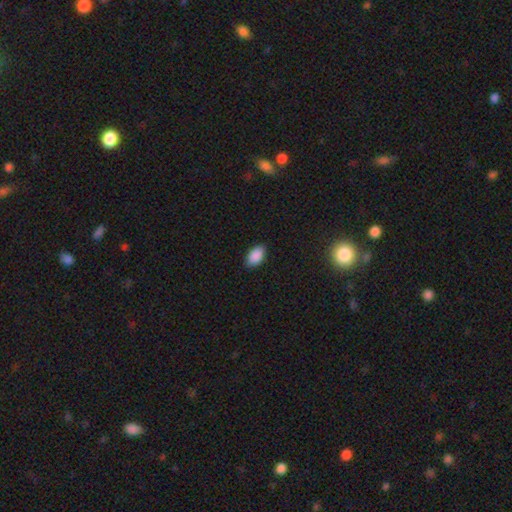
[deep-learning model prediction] The model was most divided on "merging": none: 87%, minor disturbance: 10%, major disturbance: 2%, merger: 1%. More confident: how rounded — in between (93%); smooth or featured — smooth (89%).